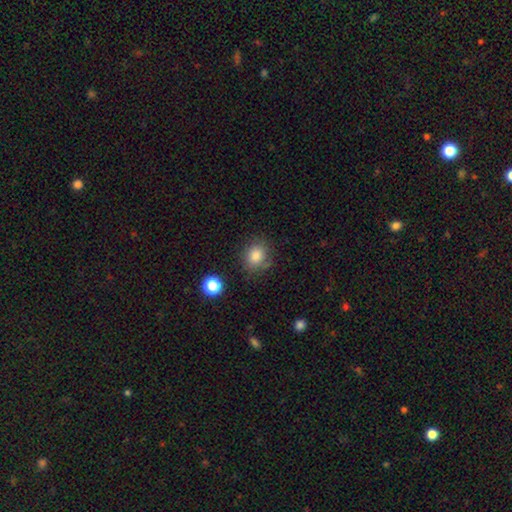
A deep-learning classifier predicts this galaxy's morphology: Smooth or featured?
  - smooth: 83% *
  - star or artifact: 11%
  - featured or disk: 6%
How rounded?
  - round: 65% *
  - in between: 34%
  - cigar-shaped: 1%
Merging?
  - none: 76% *
  - minor disturbance: 16%
  - major disturbance: 5%
  - merger: 4%